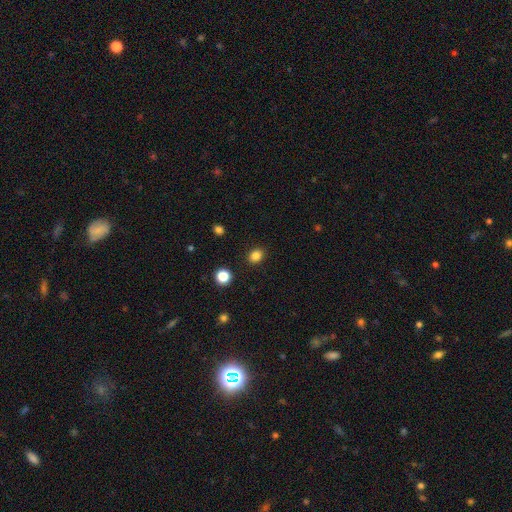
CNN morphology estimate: Smooth or featured? smooth (85%)
How rounded? in between (50%)
Merging? none (89%)